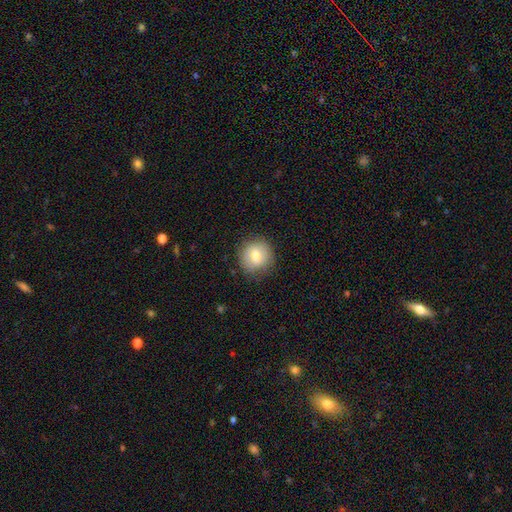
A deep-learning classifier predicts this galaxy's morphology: A smooth galaxy with no disk features (71%) that is round (84%).

Vote fractions:
- Smooth or featured? smooth: 71% / featured or disk: 20% / star or artifact: 9%
- How rounded? round: 84% / in between: 15% / cigar-shaped: 1%
- Merging? none: 83% / minor disturbance: 12% / major disturbance: 4% / merger: 1%